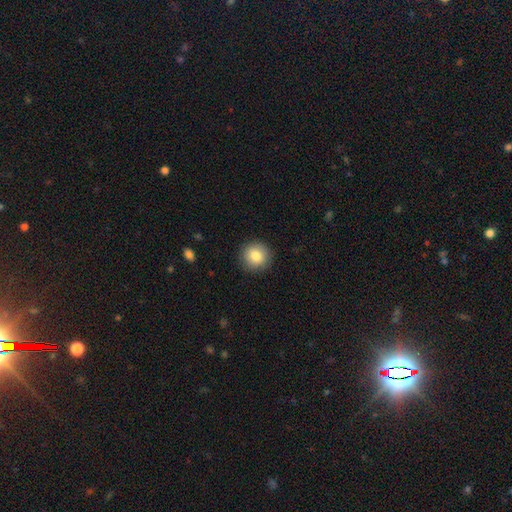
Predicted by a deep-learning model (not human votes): Smooth or featured? smooth (83%)
How rounded? round (92%)
Merging? none (90%)